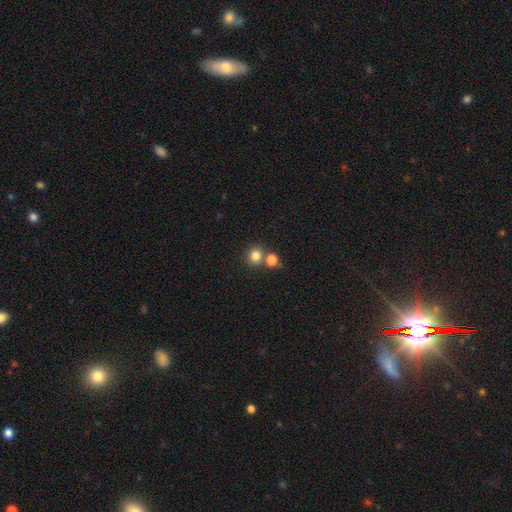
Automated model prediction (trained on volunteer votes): Smooth or featured? Predicted: smooth (p=0.81). How rounded? Predicted: round (p=0.82). Merging? Predicted: none (p=0.61).